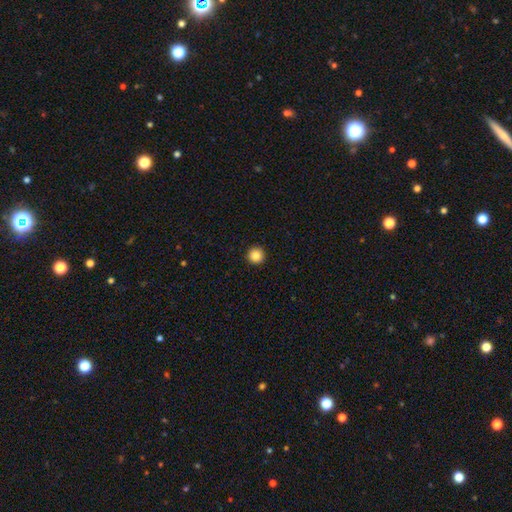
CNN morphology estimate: A smooth galaxy with no disk features (86%) that is round (96%). Merging: none (94%).